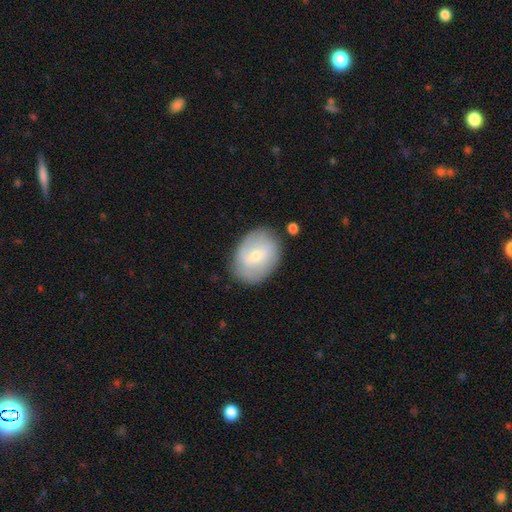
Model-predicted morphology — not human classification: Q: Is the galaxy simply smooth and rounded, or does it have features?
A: featured or disk — 50%.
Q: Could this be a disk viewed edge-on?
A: no — 95%.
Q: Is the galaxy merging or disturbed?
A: none — 78%.